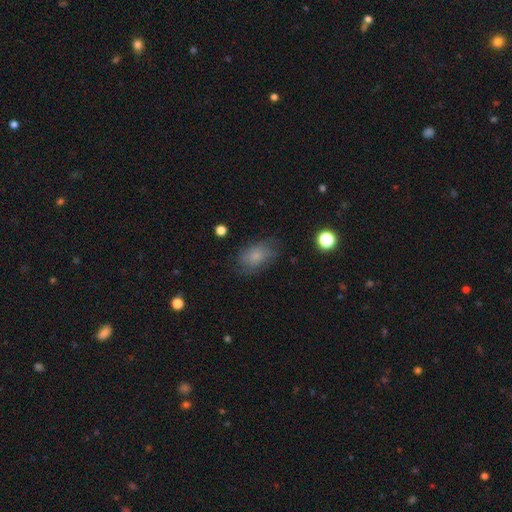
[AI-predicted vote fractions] A smooth galaxy with no disk features (73%) that is in between round and cigar-shaped (83%).

Vote fractions:
- Smooth or featured? smooth: 73% / featured or disk: 16% / star or artifact: 10%
- How rounded? in between: 83% / round: 16% / cigar-shaped: 2%
- Merging? none: 68% / minor disturbance: 21% / major disturbance: 9% / merger: 1%